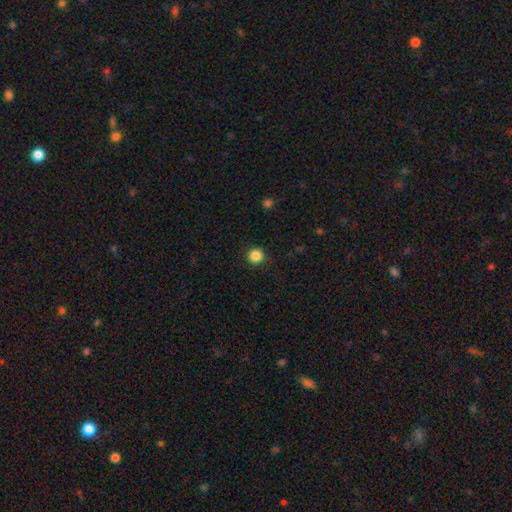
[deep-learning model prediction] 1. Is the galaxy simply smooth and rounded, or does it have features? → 86% smooth, 11% star or artifact, 3% featured or disk.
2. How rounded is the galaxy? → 95% round, 4% in between, 1% cigar-shaped.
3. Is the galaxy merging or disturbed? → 92% none, 5% minor disturbance, 2% major disturbance, 1% merger.